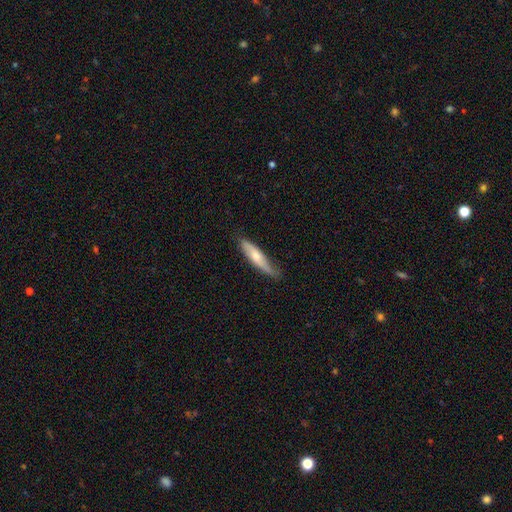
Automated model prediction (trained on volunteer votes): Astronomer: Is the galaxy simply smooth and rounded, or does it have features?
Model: smooth — 48% (runner-up: featured or disk, 46%).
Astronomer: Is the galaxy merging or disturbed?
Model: none — 65%.